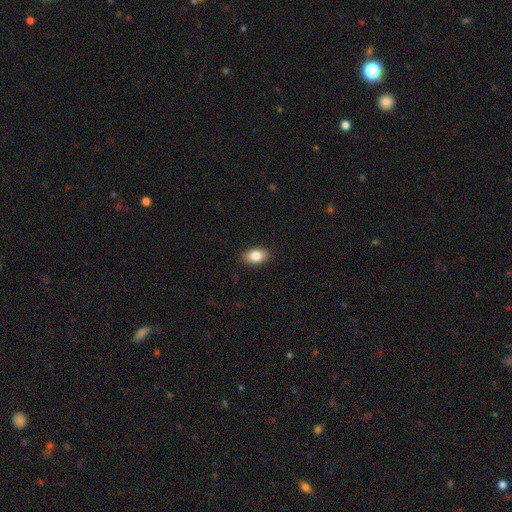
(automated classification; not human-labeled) smooth 83%, featured or disk 9%, star or artifact 8%. Down the decision tree: how rounded — in between (87%); merging — none (89%).